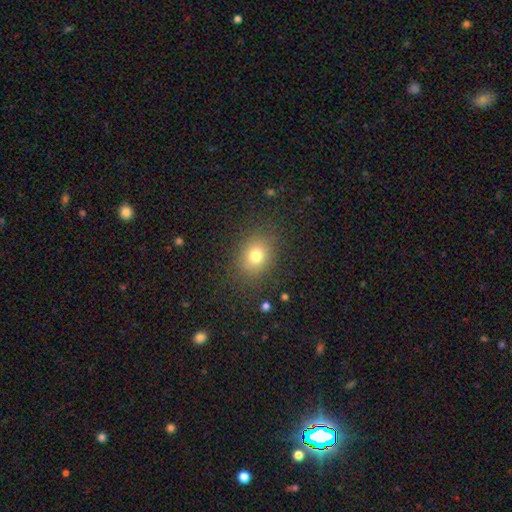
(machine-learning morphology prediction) smooth 77%, star or artifact 13%, featured or disk 9%. Down the decision tree: how rounded — round (52%); merging — none (84%).